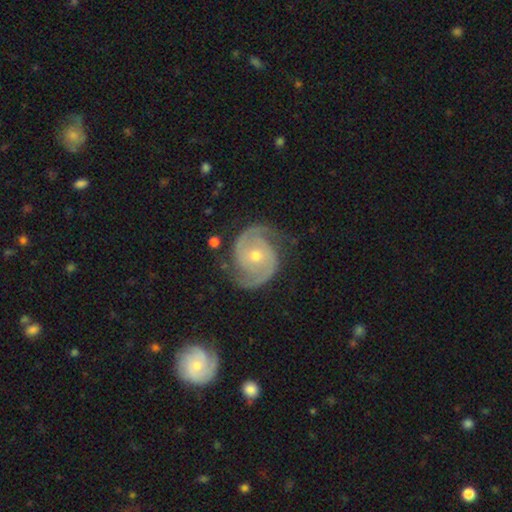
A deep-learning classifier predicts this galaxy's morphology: A featured or disk galaxy (92%) with no bar (66%), 2 (92%) medium (47%) spiral arms (98%) and a small central bulge (51%).

Vote fractions:
- Smooth or featured? featured or disk: 92% / star or artifact: 4% / smooth: 4%
- Edge-on disk? no: 98% / yes: 2%
- Bar? no: 66% / weak: 25% / strong: 9%
- Spiral arms? yes: 98% / no: 2%
- Spiral winding? medium: 47% / tight: 43% / loose: 10%
- Spiral arm count? 2: 92% / 3: 3% / can't tell: 2% / 1: 1% / 4: 1% / more than 4: 1%
- Bulge size? small: 51% / moderate: 46% / large: 1% / none: 1% / dominant: 1%
- Merging? none: 80% / minor disturbance: 14% / major disturbance: 4% / merger: 2%